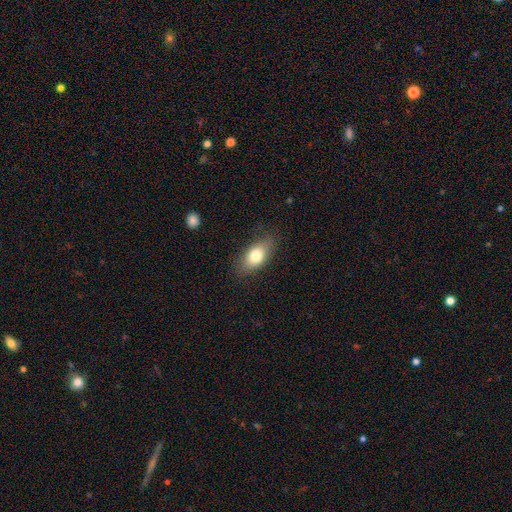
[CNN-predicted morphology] Smooth or featured: smooth — 78% (featured or disk — 15%)
How rounded: in between — 86% (cigar-shaped — 7%)
Merging: none — 81% (minor disturbance — 14%)